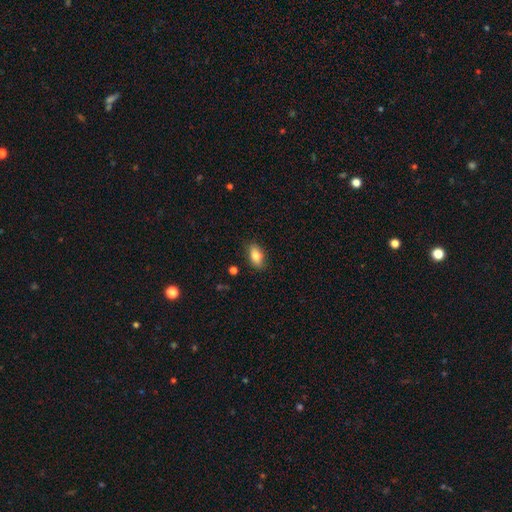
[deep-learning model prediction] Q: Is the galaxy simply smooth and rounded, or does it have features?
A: smooth — 82%.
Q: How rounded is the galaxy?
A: in between — 89%.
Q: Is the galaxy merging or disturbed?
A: none — 83%.